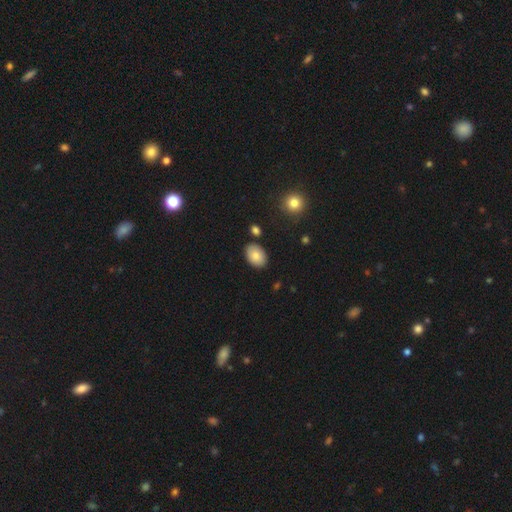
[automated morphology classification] smooth-or-featured: smooth: 83% | featured or disk: 10% | star or artifact: 8%
  how-rounded: in between: 87% | round: 12% | cigar-shaped: 1%
  merging: none: 84% | minor disturbance: 10% | merger: 3% | major disturbance: 2%